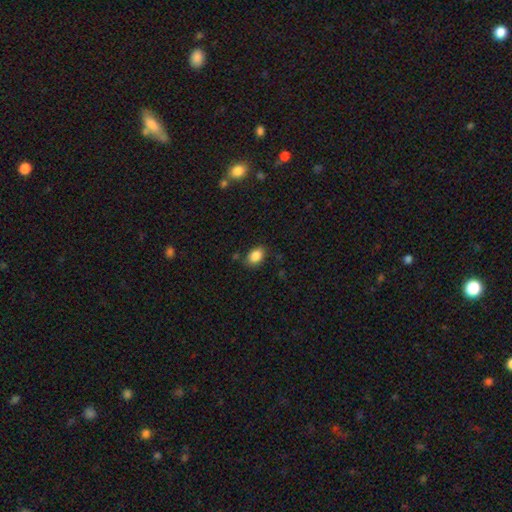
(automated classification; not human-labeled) Smooth or featured?
  - smooth: 86% *
  - star or artifact: 9%
  - featured or disk: 5%
How rounded?
  - in between: 81% *
  - round: 17%
  - cigar-shaped: 1%
Merging?
  - none: 80% *
  - minor disturbance: 13%
  - major disturbance: 3%
  - merger: 3%